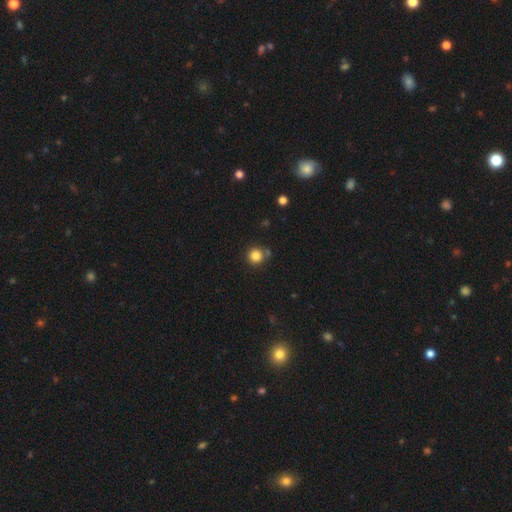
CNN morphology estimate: Smooth or featured? Predicted: smooth (p=0.84). How rounded? Predicted: round (p=0.93). Merging? Predicted: none (p=0.75).